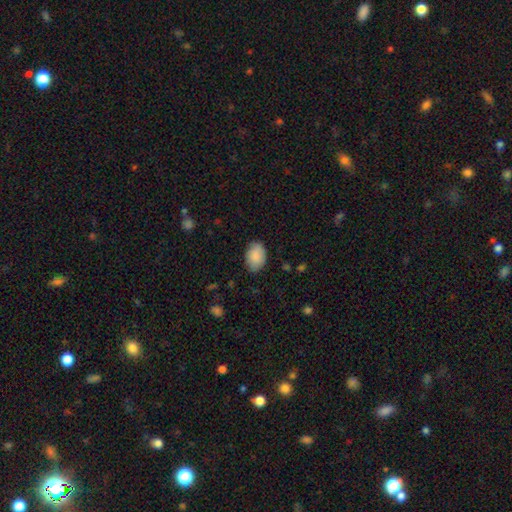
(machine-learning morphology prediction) type=smooth (89%); roundness=in between (84%); merging=none (81%).